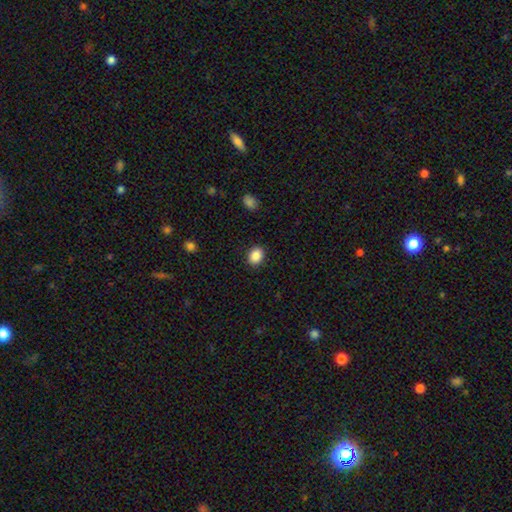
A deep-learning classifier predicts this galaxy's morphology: Smooth or featured? smooth (88%)
How rounded? in between (55%)
Merging? none (89%)